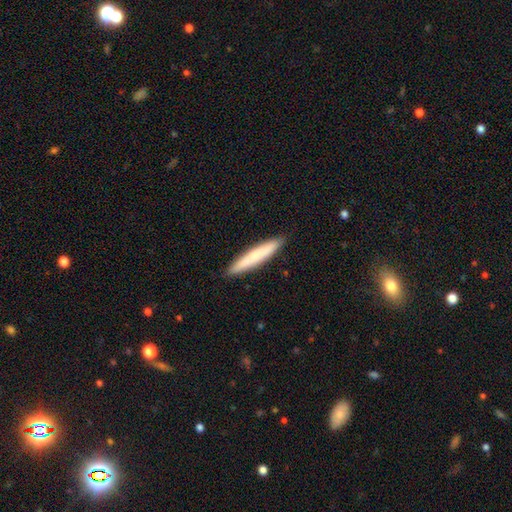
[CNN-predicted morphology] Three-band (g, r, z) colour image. It shows a smooth galaxy with no disk features (74%) that is cigar-shaped (94%). Merging: none (91%).